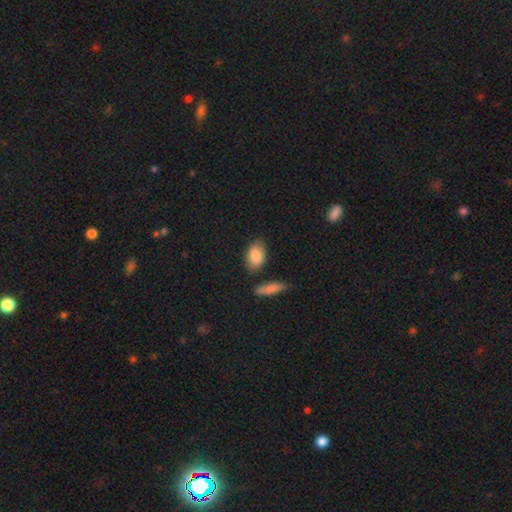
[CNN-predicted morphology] This appears to be a smooth galaxy with no disk features (85%) that is in between round and cigar-shaped (90%). Merging: none (76%).